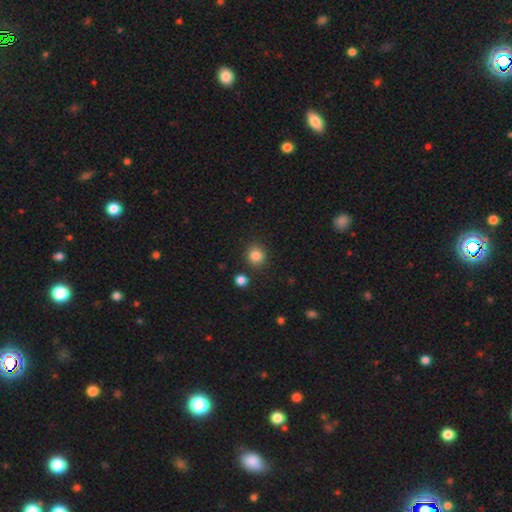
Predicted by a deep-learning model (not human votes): Smooth or featured? smooth (84%)
How rounded? round (88%)
Merging? none (86%)